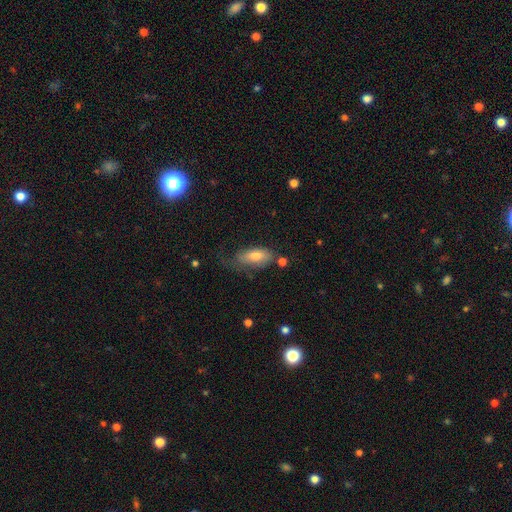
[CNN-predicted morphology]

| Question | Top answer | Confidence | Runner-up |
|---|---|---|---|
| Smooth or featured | smooth | 71% | featured or disk (22%) |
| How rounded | in between | 84% | cigar-shaped (13%) |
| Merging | none | 45% | minor disturbance (30%) |